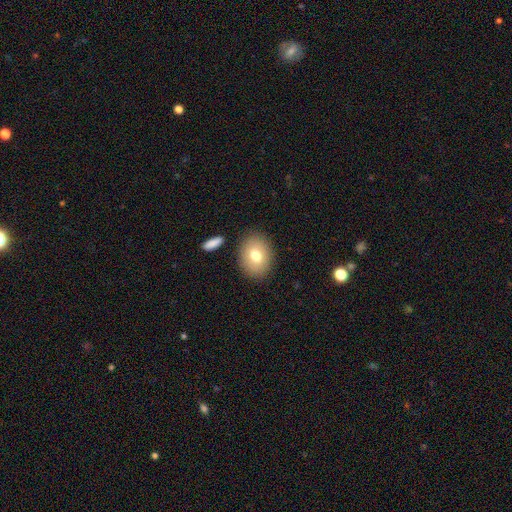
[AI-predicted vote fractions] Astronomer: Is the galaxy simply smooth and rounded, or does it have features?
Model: smooth — 75%.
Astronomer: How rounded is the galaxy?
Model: in between — 61% (runner-up: round, 38%).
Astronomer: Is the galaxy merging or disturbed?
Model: none — 86%.